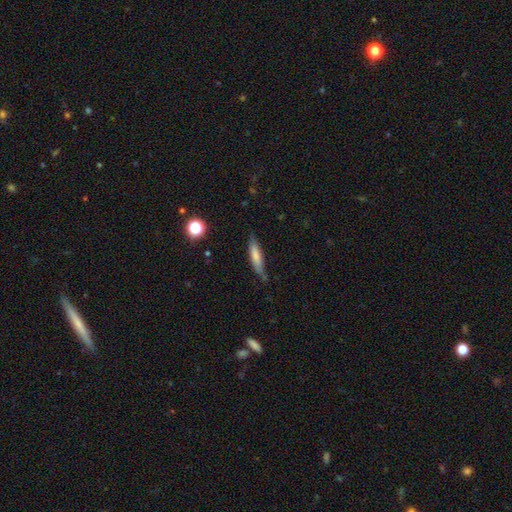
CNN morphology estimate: Smooth or featured? smooth (69%)
How rounded? cigar-shaped (80%)
Merging? none (72%)